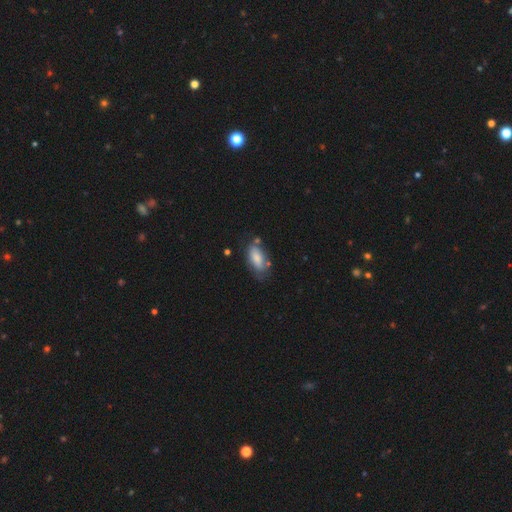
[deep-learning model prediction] Q: Smooth or featured?
A: smooth (75%); runner-up: featured or disk (18%)
Q: How rounded?
A: in between (87%); runner-up: cigar-shaped (11%)
Q: Merging?
A: none (59%); runner-up: minor disturbance (27%)